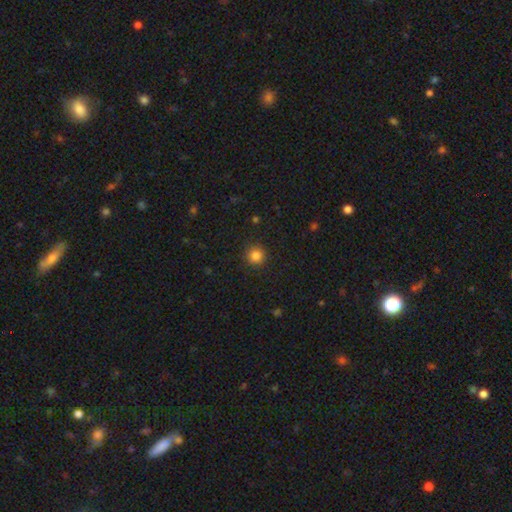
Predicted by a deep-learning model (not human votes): Overall: smooth (84%). How rounded: round (94%). Merging: none (90%).